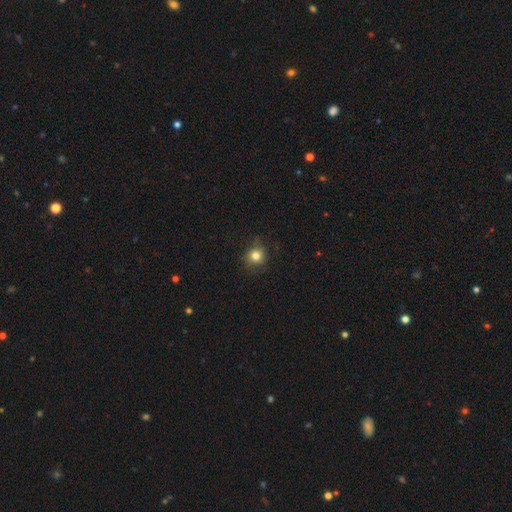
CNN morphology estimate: This appears to be a smooth galaxy with no disk features (80%) that is round (87%). Merging: none (77%).